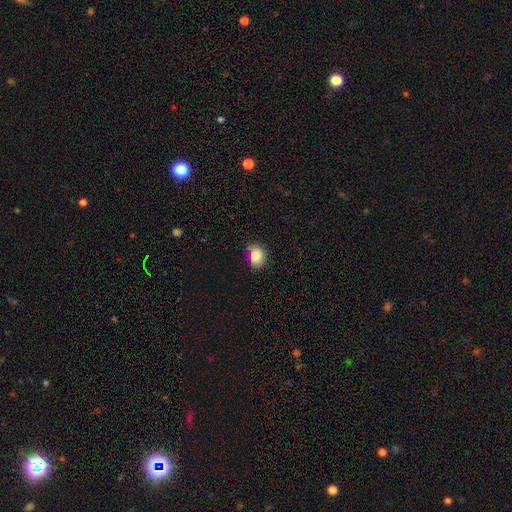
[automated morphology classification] smooth_or_featured: smooth (p=0.85) [alt: star or artifact p=0.09]
how_rounded: in between (p=0.54) [alt: round p=0.45]
merging: none (p=0.73) [alt: minor disturbance p=0.21]